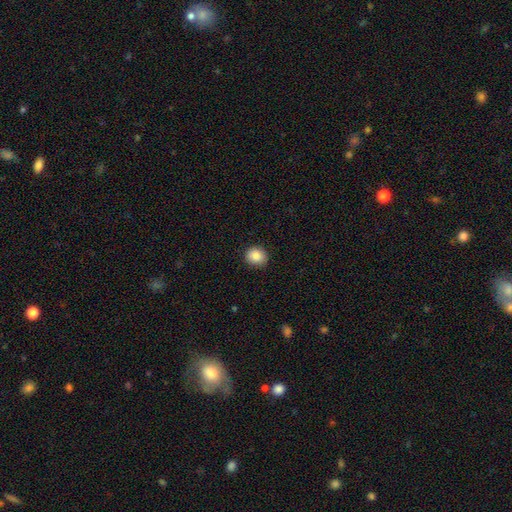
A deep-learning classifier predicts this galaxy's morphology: Overall: smooth (87%). How rounded: round (79%). Merging: none (90%).